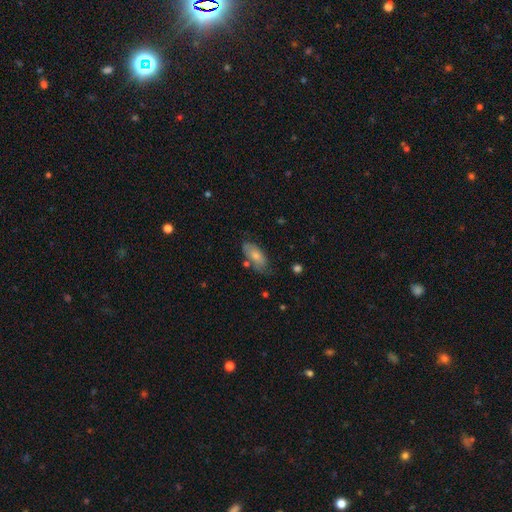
smooth-or-featured: smooth: 78% | featured or disk: 18% | star or artifact: 5%
  how-rounded: in between: 100% | round: 0% | cigar-shaped: 0%
  merging: none: 58% | minor disturbance: 29% | major disturbance: 11% | merger: 3%